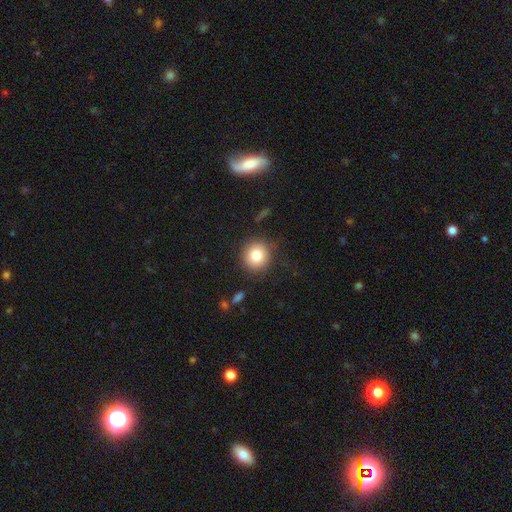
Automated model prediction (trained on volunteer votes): smooth-or-featured: smooth: 84% | star or artifact: 9% | featured or disk: 7%
  how-rounded: round: 89% | in between: 10% | cigar-shaped: 1%
  merging: none: 83% | minor disturbance: 10% | major disturbance: 4% | merger: 2%